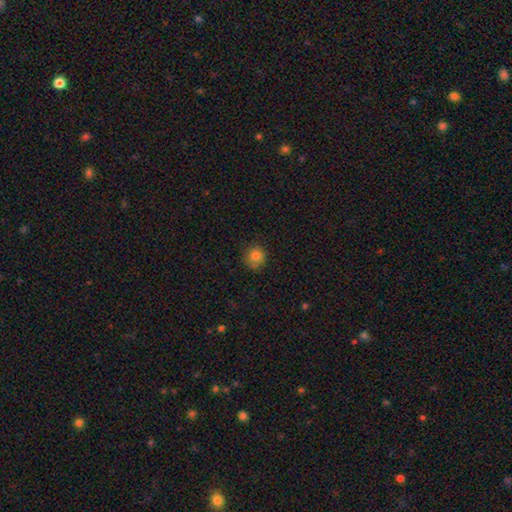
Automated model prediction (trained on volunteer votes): Smooth or featured?
  - smooth: 83% *
  - star or artifact: 12%
  - featured or disk: 6%
How rounded?
  - round: 89% *
  - in between: 10%
  - cigar-shaped: 1%
Merging?
  - none: 82% *
  - minor disturbance: 14%
  - major disturbance: 3%
  - merger: 1%